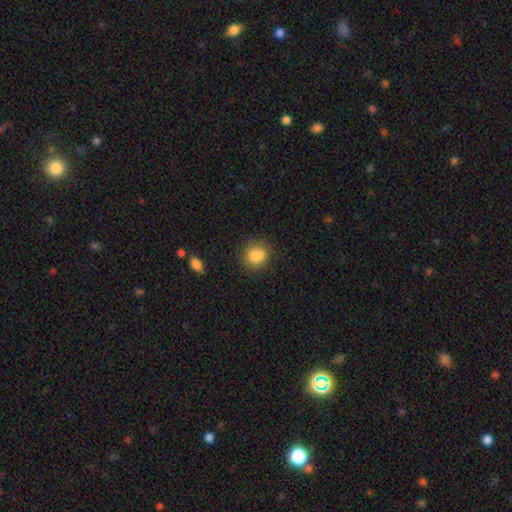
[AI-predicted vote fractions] smooth 79%, featured or disk 11%, star or artifact 10%. Down the decision tree: how rounded — round (70%); merging — none (58%).